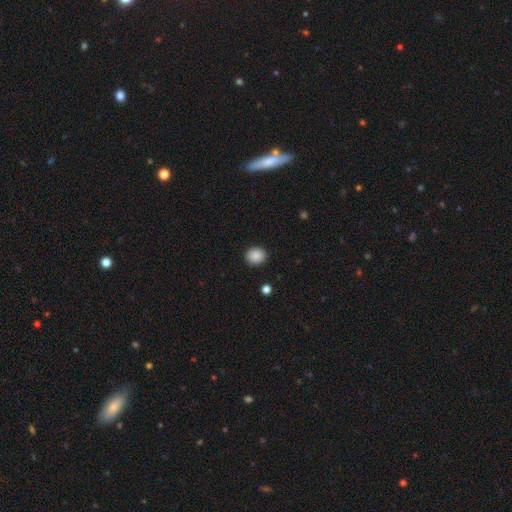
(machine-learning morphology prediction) Smooth or featured? Predicted: smooth (p=0.88). How rounded? Predicted: round (p=0.78). Merging? Predicted: none (p=0.91).